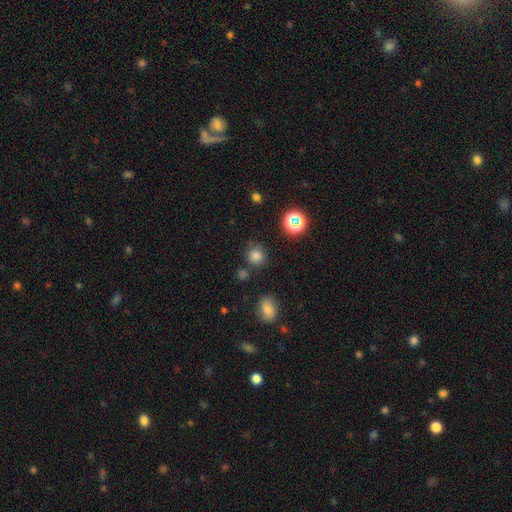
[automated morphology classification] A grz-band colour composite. It shows a smooth galaxy with no disk features (78%) that is round (89%). Merging: none (79%).